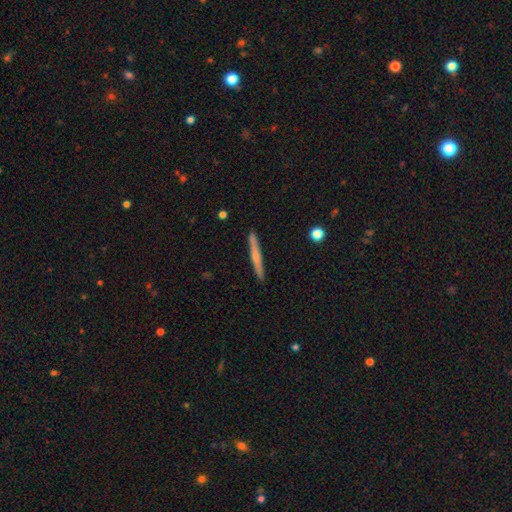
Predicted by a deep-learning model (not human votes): Smooth or featured? featured or disk (49%)
Merging? none (91%)